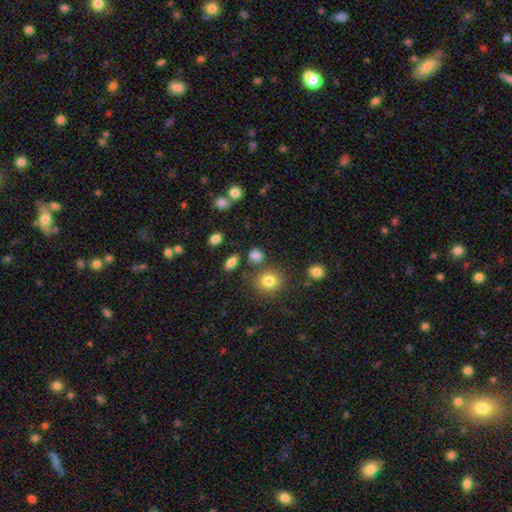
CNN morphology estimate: smooth-or-featured: smooth: 80% | star or artifact: 13% | featured or disk: 7%
  how-rounded: round: 71% | in between: 27% | cigar-shaped: 2%
  merging: none: 76% | minor disturbance: 11% | merger: 9% | major disturbance: 4%